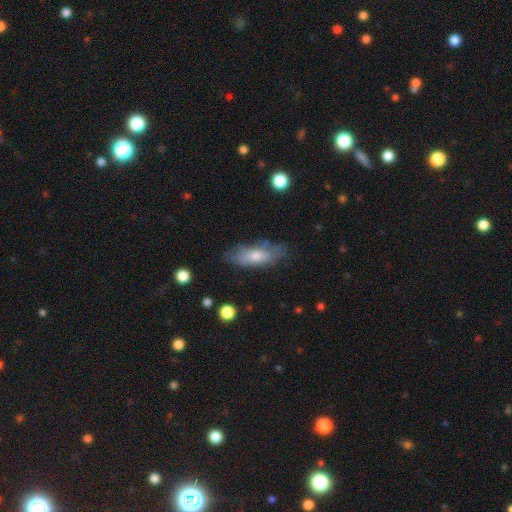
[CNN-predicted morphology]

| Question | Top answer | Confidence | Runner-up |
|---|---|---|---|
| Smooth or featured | smooth | 62% | featured or disk (31%) |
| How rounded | in between | 61% | cigar-shaped (36%) |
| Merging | none | 74% | minor disturbance (19%) |